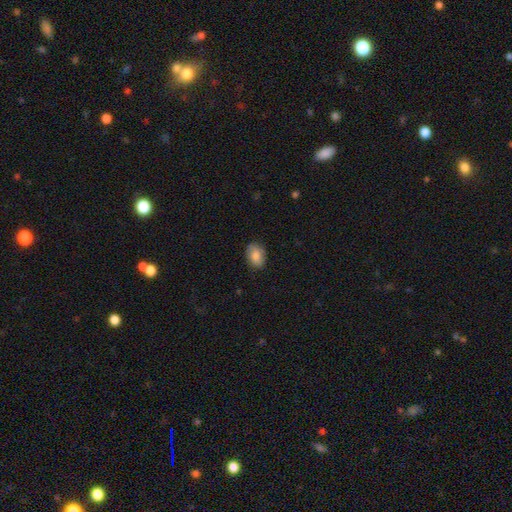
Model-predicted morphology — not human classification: Overall: smooth (79%). How rounded: in between (80%). Merging: none (83%).